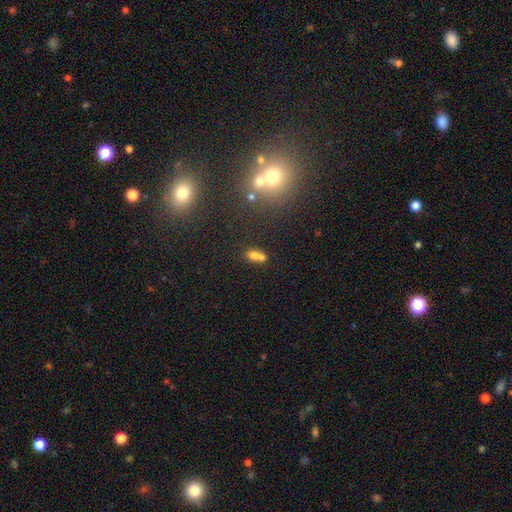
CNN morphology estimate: smooth 69%, featured or disk 16%, star or artifact 15%. Down the decision tree: how rounded — in between (61%); merging — merger (61%).